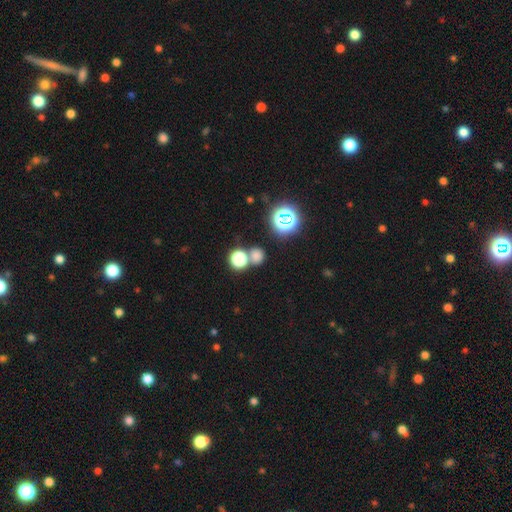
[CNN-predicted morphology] type=smooth (66%); roundness=round (83%); merging=none (61%).